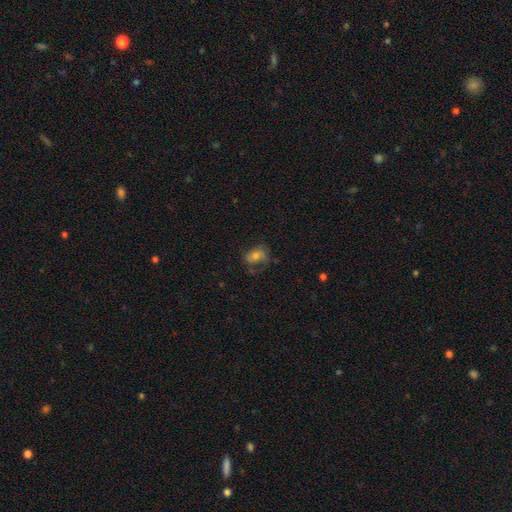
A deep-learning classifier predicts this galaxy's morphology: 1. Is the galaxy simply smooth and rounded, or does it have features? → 51% smooth, 39% featured or disk, 11% star or artifact.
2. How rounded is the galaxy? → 74% in between, 24% round, 2% cigar-shaped.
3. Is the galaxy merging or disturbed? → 49% none, 26% minor disturbance, 23% major disturbance, 2% merger.